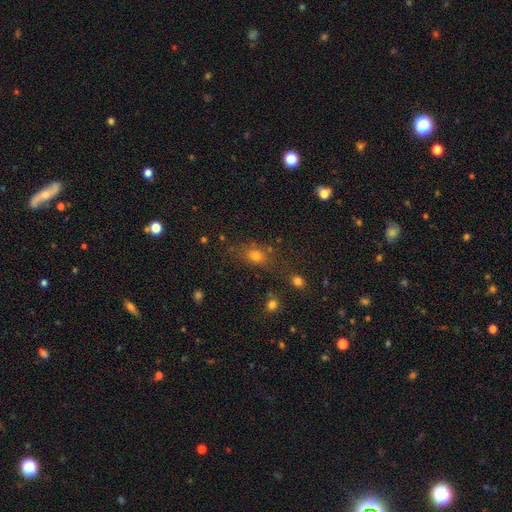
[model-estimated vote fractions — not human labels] A smooth galaxy with no disk features (69%) that is in between round and cigar-shaped (54%). Merging: none (69%).